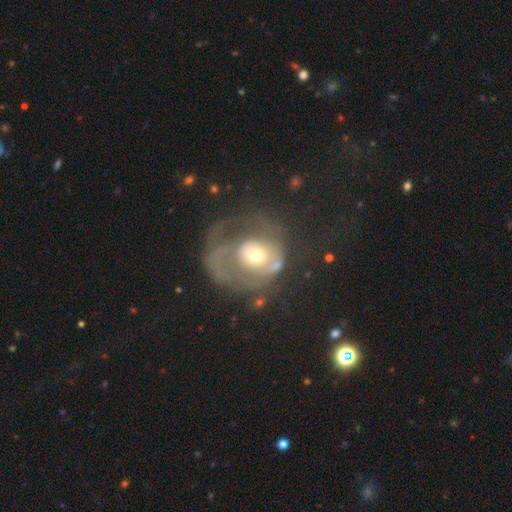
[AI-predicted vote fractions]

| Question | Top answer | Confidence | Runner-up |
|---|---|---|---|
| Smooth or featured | featured or disk | 56% | smooth (33%) |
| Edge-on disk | no | 97% | yes (3%) |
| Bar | no | 83% | weak (14%) |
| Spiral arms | no | 57% | yes (43%) |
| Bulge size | moderate | 55% | small (32%) |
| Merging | major disturbance | 57% | none (23%) |